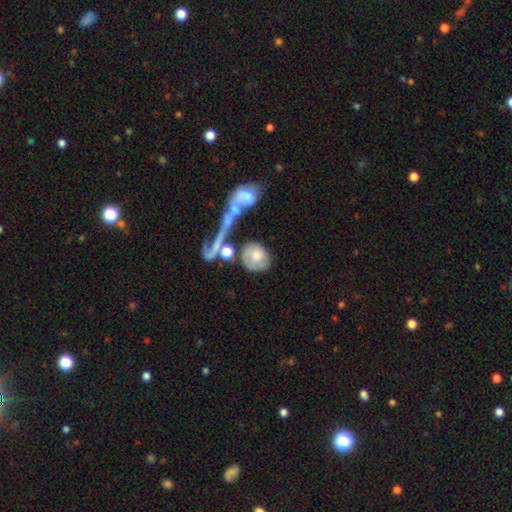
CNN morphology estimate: A smooth galaxy with no disk features (57%) that is round (65%). Merging: none (47%).